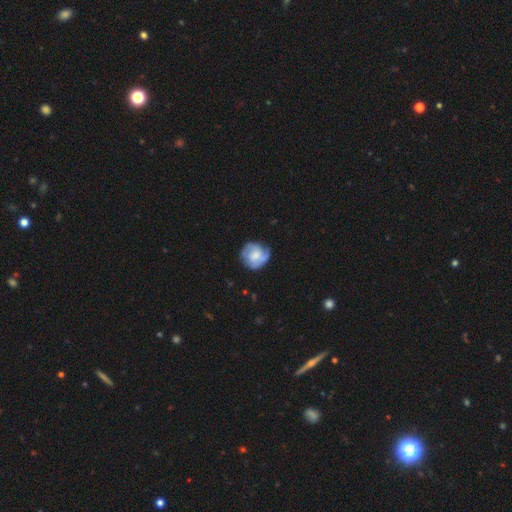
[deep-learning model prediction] This is possibly a featured or disk galaxy (59%). It is clearly not viewed edge-on (98%). Bar: likely no (67%). Spiral arm pattern: clearly yes (88%). Spiral arm count: marginally 3 (32%). Spiral winding: marginally tight (45%). Central bulge: marginally moderate (41%, tied with small). Merging: likely none (69%).